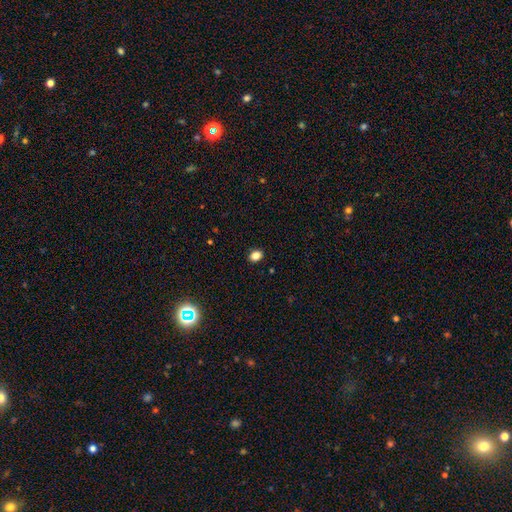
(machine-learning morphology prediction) This appears to be a smooth galaxy with no disk features (84%) that is in between round and cigar-shaped (69%). Merging: none (89%).